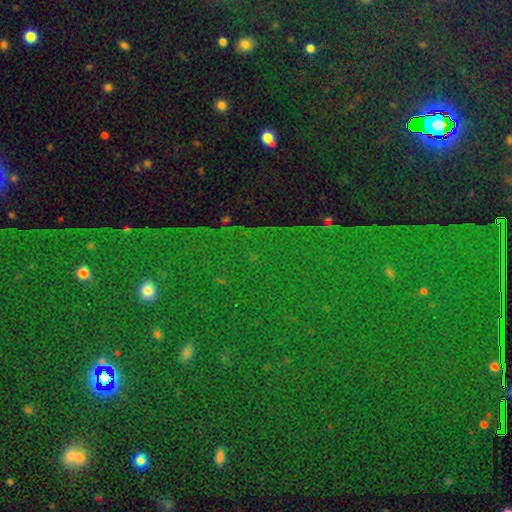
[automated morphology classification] Smooth or featured? Predicted: star or artifact (p=0.84).